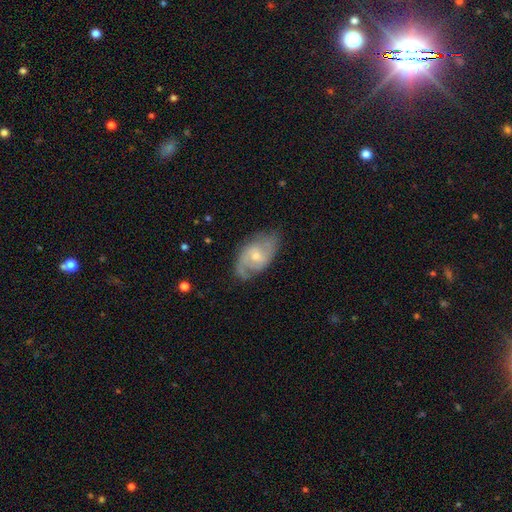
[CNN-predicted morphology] Q: Smooth or featured?
A: featured or disk (78%); runner-up: smooth (16%)
Q: Edge-on disk?
A: no (95%); runner-up: yes (5%)
Q: Bar?
A: no (53%); runner-up: weak (40%)
Q: Spiral arms?
A: yes (93%); runner-up: no (7%)
Q: Spiral winding?
A: medium (48%); runner-up: tight (32%)
Q: Spiral arm count?
A: 2 (75%); runner-up: can't tell (13%)
Q: Bulge size?
A: small (54%); runner-up: moderate (42%)
Q: Merging?
A: none (73%); runner-up: minor disturbance (20%)